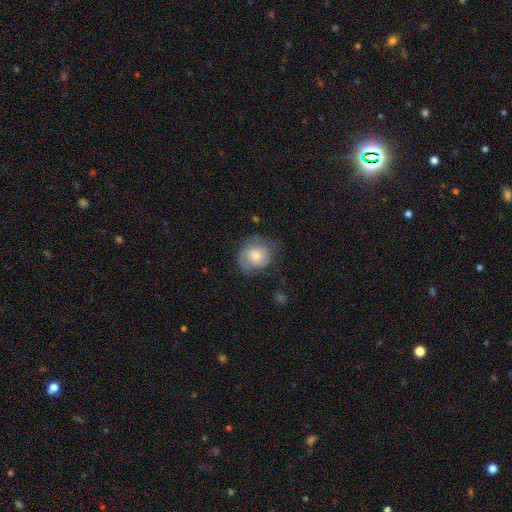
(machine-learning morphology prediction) smooth 52%, featured or disk 41%, star or artifact 7%. Down the decision tree: how rounded — round (72%); merging — none (56%).